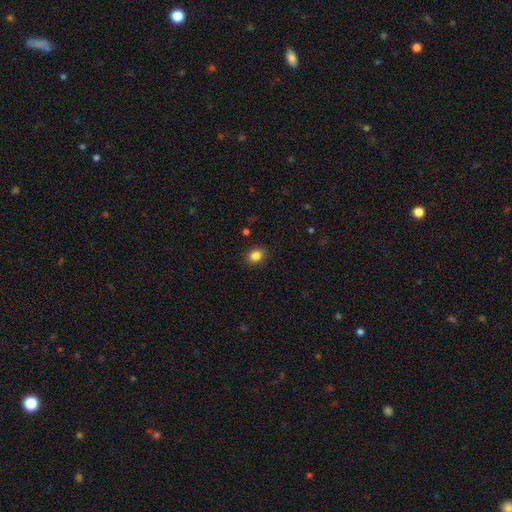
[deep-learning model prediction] Overall: smooth (85%). How rounded: round (62%; in between 38%). Merging: none (89%).